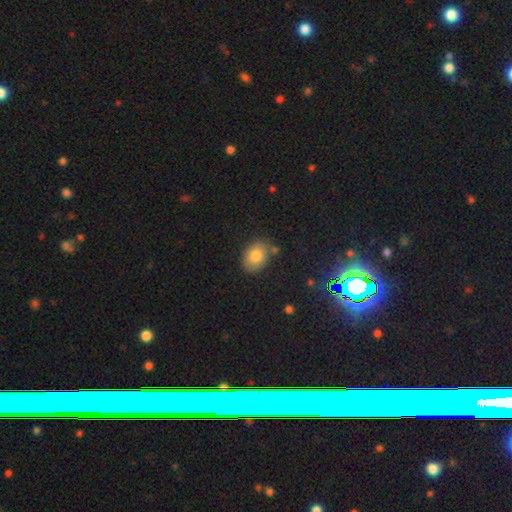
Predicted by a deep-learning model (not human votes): A smooth galaxy with no disk features (79%) that is in between round and cigar-shaped (71%). Merging: none (75%).